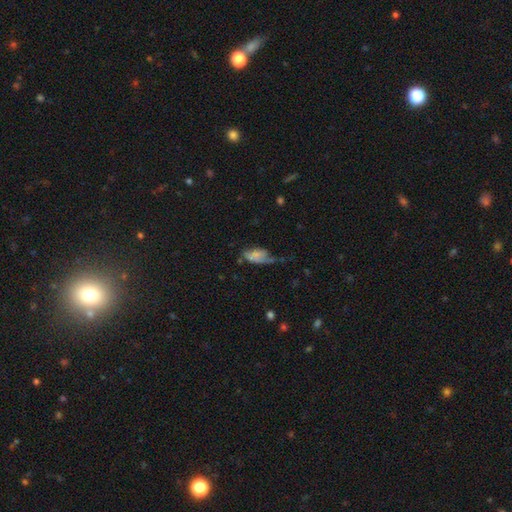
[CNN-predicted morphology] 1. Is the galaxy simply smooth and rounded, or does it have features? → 61% smooth, 29% featured or disk, 9% star or artifact.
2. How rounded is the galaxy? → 91% in between, 5% cigar-shaped, 4% round.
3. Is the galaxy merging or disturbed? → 35% minor disturbance, 32% major disturbance, 26% none, 7% merger.